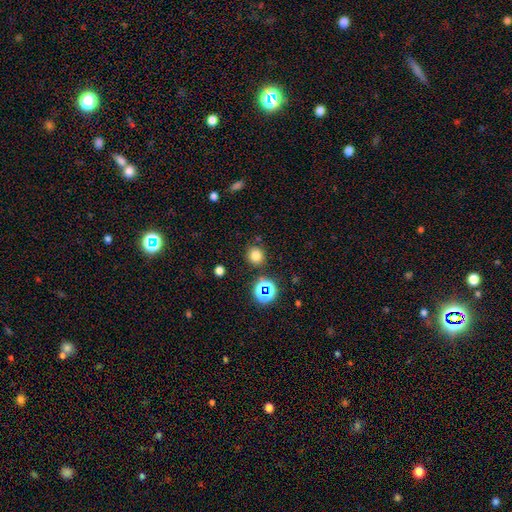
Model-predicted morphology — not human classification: smooth 74%, star or artifact 20%, featured or disk 6%. Down the decision tree: how rounded — round (88%); merging — none (85%).